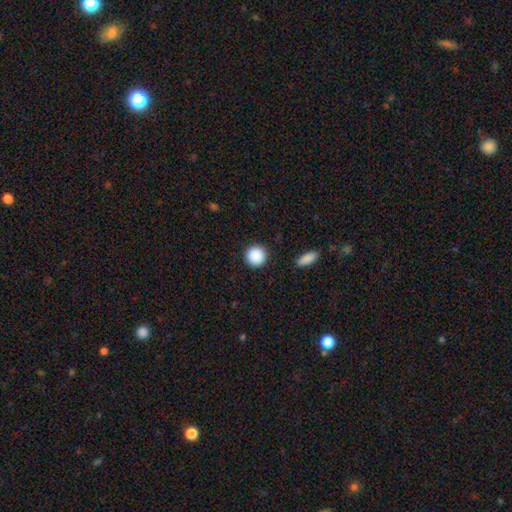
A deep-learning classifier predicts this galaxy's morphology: This is clearly a smooth galaxy (89%). How rounded: clearly round (95%). Merging: clearly none (91%).